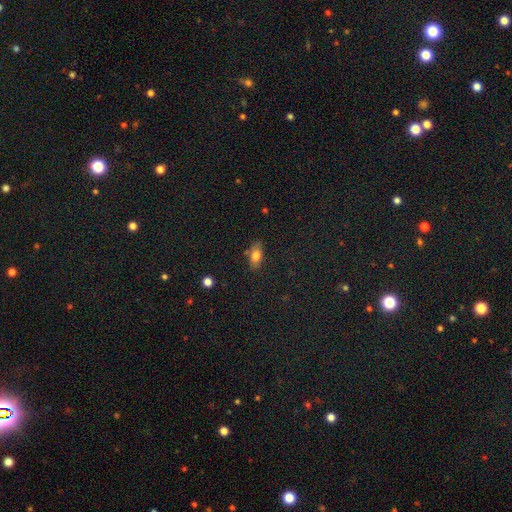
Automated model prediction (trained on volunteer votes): Smooth or featured?
  - smooth: 78% *
  - featured or disk: 13%
  - star or artifact: 9%
How rounded?
  - in between: 86% *
  - cigar-shaped: 8%
  - round: 6%
Merging?
  - none: 78% *
  - minor disturbance: 16%
  - major disturbance: 3%
  - merger: 3%